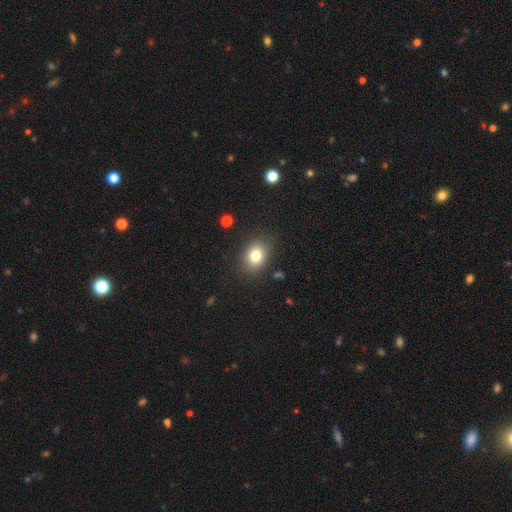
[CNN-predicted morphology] type=smooth (80%); roundness=in between (57%); merging=none (85%).